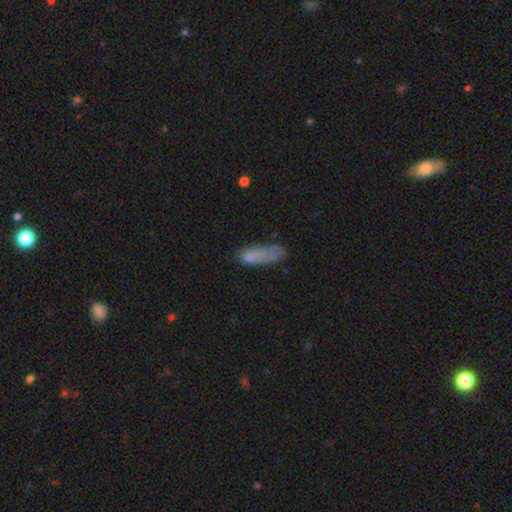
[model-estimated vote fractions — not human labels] A smooth galaxy with no disk features (76%) that is in between round and cigar-shaped (49%).

Vote fractions:
- Smooth or featured? smooth: 76% / featured or disk: 14% / star or artifact: 10%
- How rounded? in between: 49% / cigar-shaped: 48% / round: 3%
- Merging? none: 41% / minor disturbance: 31% / major disturbance: 22% / merger: 6%